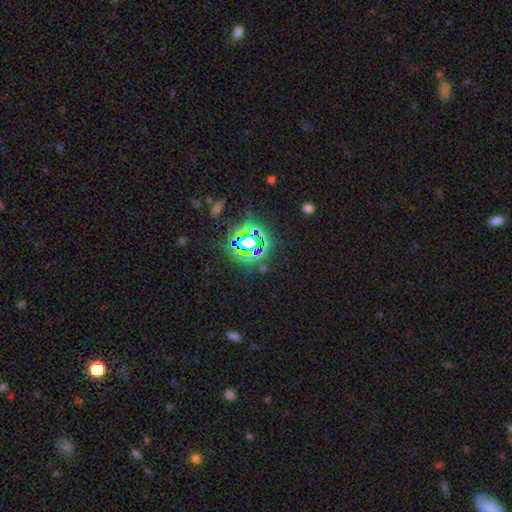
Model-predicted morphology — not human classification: Smooth or featured? star or artifact (78%)